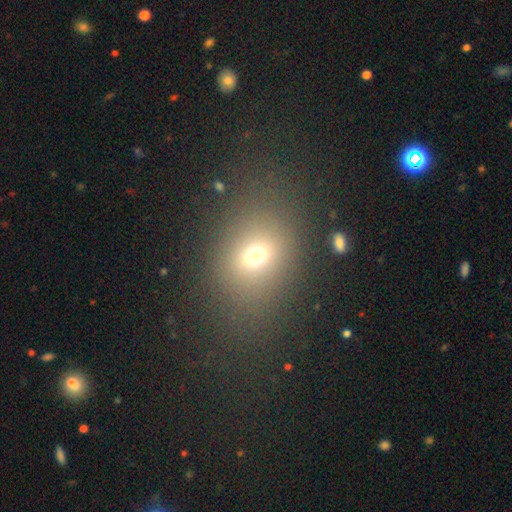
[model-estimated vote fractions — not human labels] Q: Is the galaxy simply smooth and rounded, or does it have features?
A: smooth — 69%.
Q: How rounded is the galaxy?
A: in between — 51%.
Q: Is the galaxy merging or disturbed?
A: none — 76%.